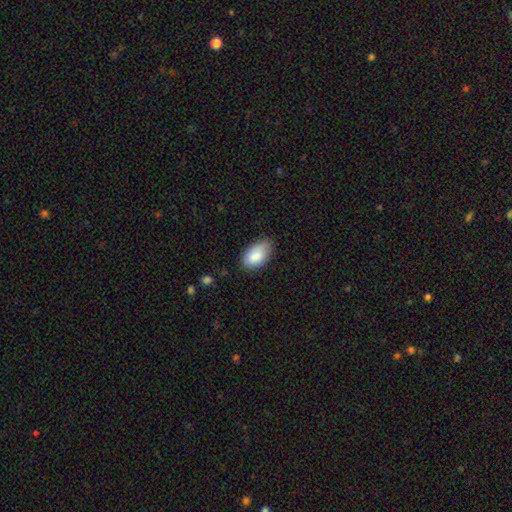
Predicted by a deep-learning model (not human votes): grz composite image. It shows a smooth galaxy with no disk features (86%) that is in between round and cigar-shaped (95%). Merging: none (72%).